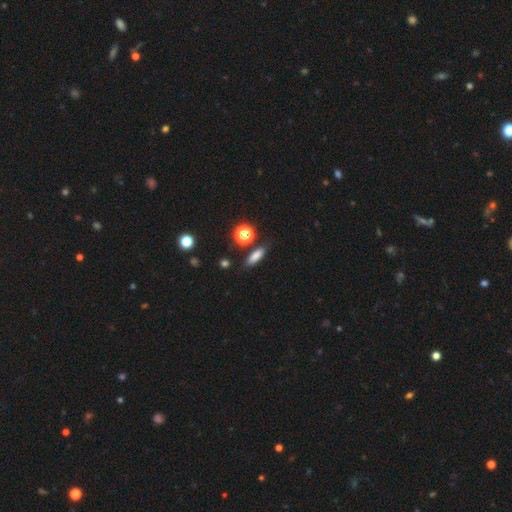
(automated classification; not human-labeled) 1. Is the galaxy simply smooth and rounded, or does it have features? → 79% smooth, 12% star or artifact, 9% featured or disk.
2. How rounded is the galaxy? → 50% in between, 41% cigar-shaped, 9% round.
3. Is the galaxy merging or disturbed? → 79% none, 12% minor disturbance, 5% merger, 3% major disturbance.